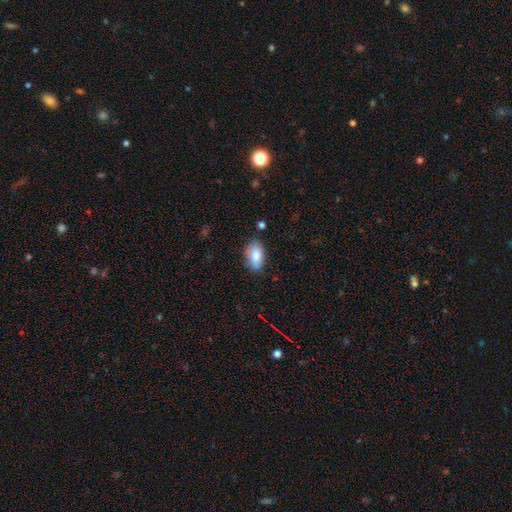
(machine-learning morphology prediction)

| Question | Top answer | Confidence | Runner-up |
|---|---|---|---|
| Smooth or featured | smooth | 83% | featured or disk (10%) |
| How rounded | in between | 92% | round (5%) |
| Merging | none | 76% | minor disturbance (18%) |